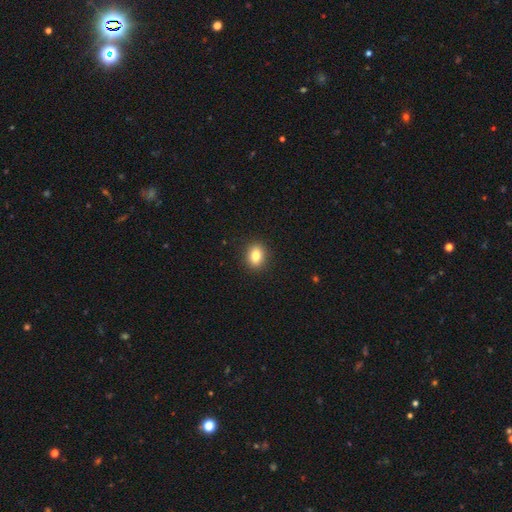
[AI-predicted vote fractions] Overall: smooth (83%). How rounded: in between (57%; round 42%). Merging: none (91%).